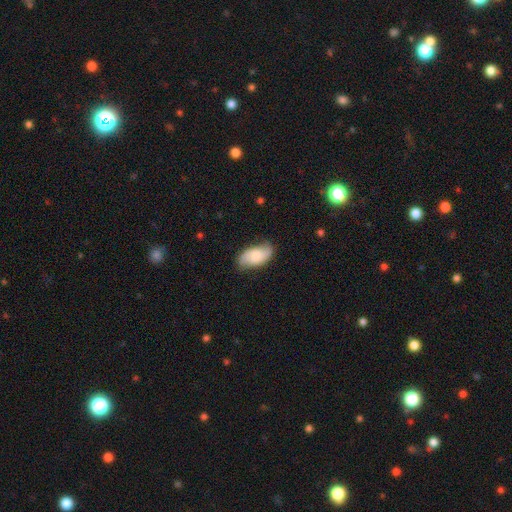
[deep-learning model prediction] This appears to be a smooth galaxy with no disk features (52%) that is in between round and cigar-shaped (94%). Merging: none (72%).